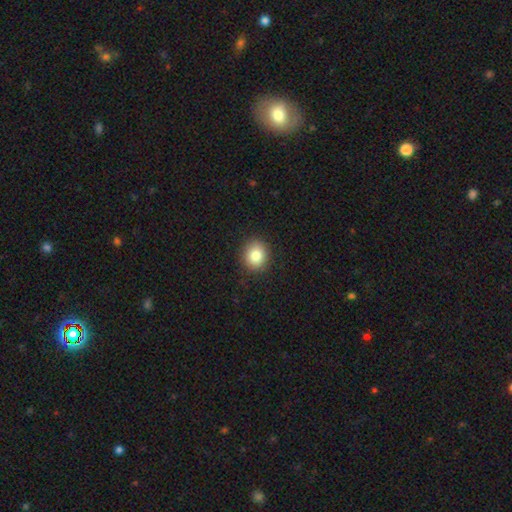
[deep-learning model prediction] smooth_or_featured: smooth (p=0.84) [alt: star or artifact p=0.09]
how_rounded: round (p=0.75) [alt: in between p=0.24]
merging: none (p=0.90) [alt: minor disturbance p=0.07]